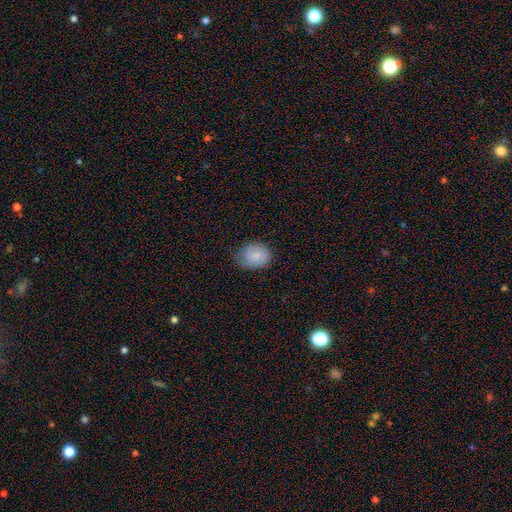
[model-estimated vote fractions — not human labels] Smooth or featured? smooth (84%)
How rounded? in between (55%)
Merging? none (63%)